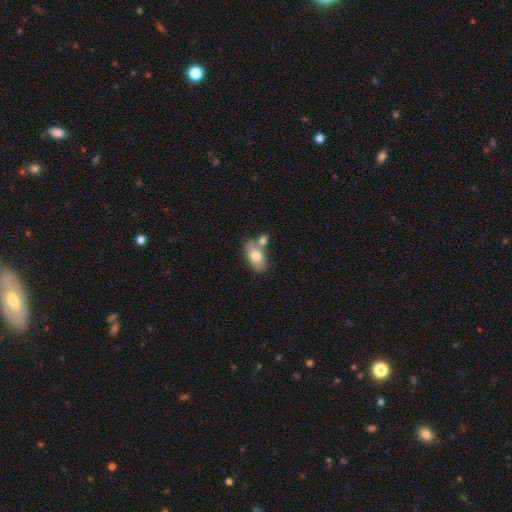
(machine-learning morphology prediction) This appears to be a smooth galaxy with no disk features (73%) that is in between round and cigar-shaped (89%). Merging: none (51%).